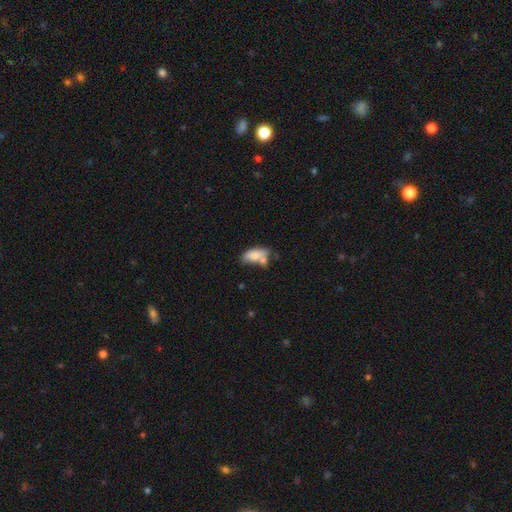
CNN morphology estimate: A smooth galaxy with no disk features (75%) that is in between round and cigar-shaped (85%). Merging: none (35%, tied with merger).